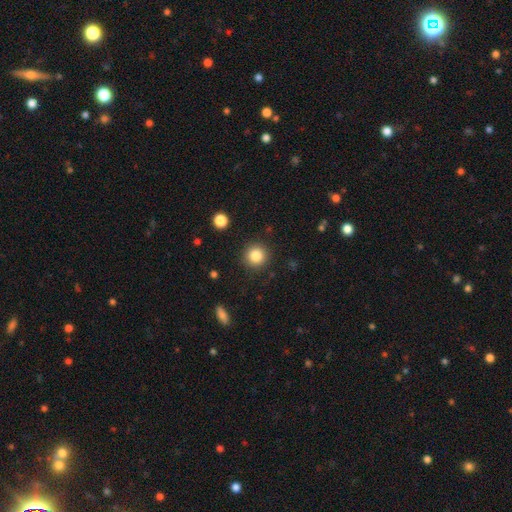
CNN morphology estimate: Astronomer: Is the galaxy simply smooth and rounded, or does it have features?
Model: smooth — 84%.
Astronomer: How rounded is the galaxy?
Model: round — 94%.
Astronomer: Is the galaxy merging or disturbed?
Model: none — 89%.